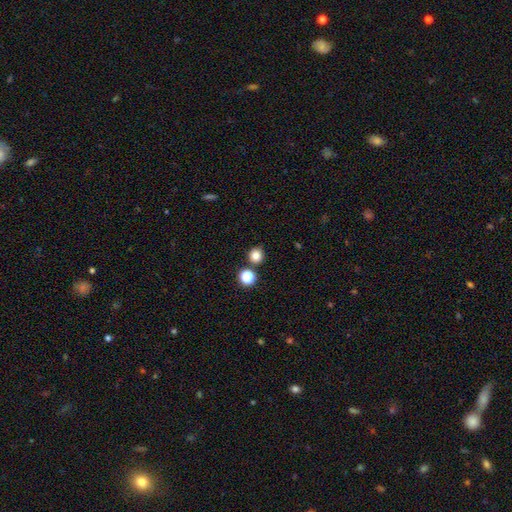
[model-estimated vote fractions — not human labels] Overall: smooth (81%). How rounded: round (92%). Merging: none (83%).